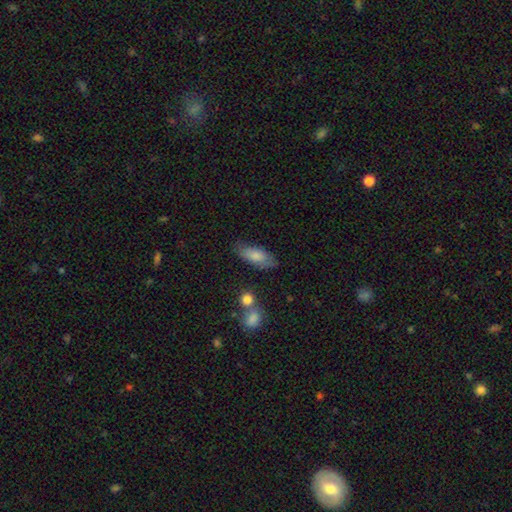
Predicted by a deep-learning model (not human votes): Morphology: type=smooth (79%); roundness=in between (77%); merging=none (68%).